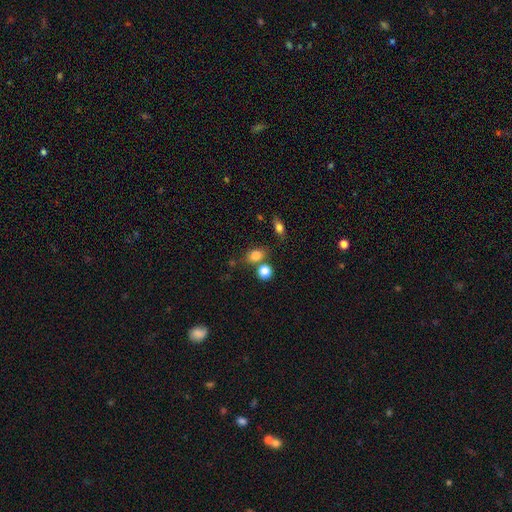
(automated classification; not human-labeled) smooth_or_featured: smooth (p=0.81) [alt: star or artifact p=0.12]
how_rounded: in between (p=0.56) [alt: round p=0.43]
merging: none (p=0.64) [alt: merger p=0.20]